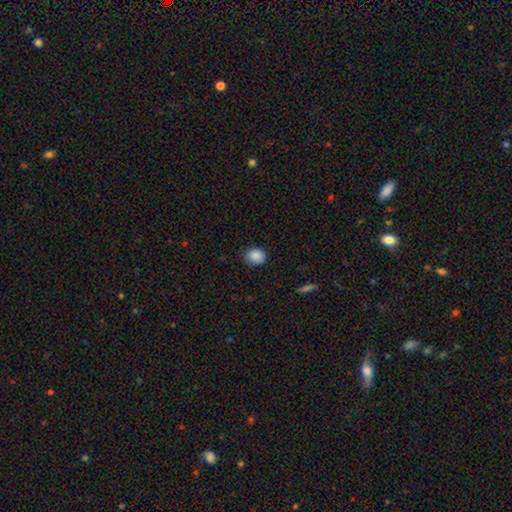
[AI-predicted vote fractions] This is clearly a smooth galaxy (88%). How rounded: possibly round (60%). Merging: likely none (79%).